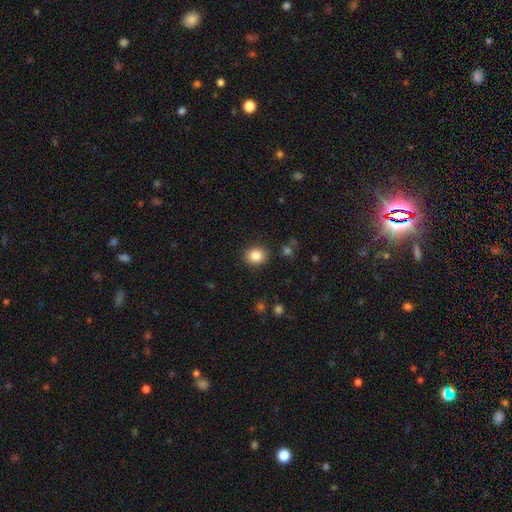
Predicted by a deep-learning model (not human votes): Morphology: type=smooth (85%); roundness=round (71%); merging=none (87%).